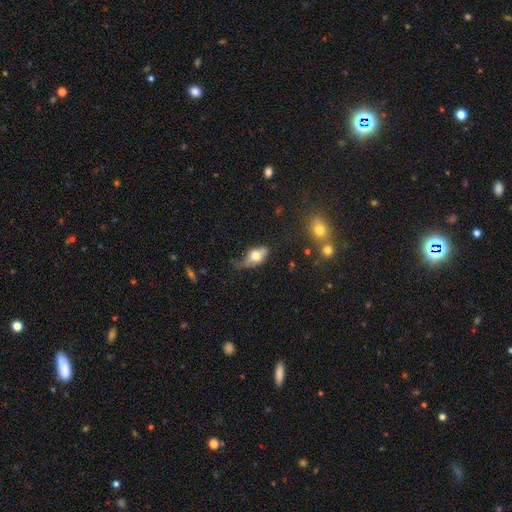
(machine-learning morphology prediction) type=smooth (61%); roundness=in between (80%); merging=none (37%).